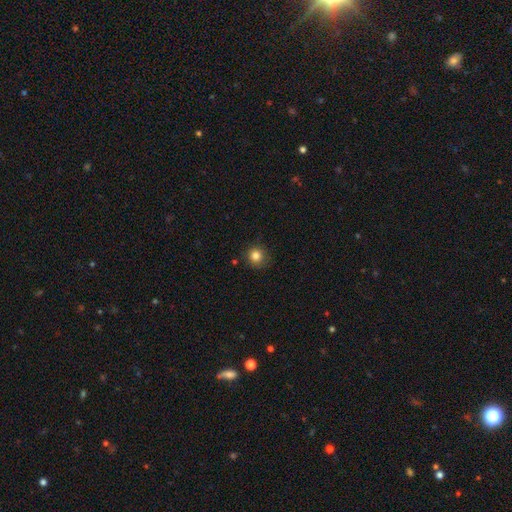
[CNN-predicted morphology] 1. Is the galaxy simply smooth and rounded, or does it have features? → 83% smooth, 12% star or artifact, 5% featured or disk.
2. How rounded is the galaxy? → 92% round, 7% in between, 1% cigar-shaped.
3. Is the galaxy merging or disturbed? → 86% none, 10% minor disturbance, 2% major disturbance, 2% merger.